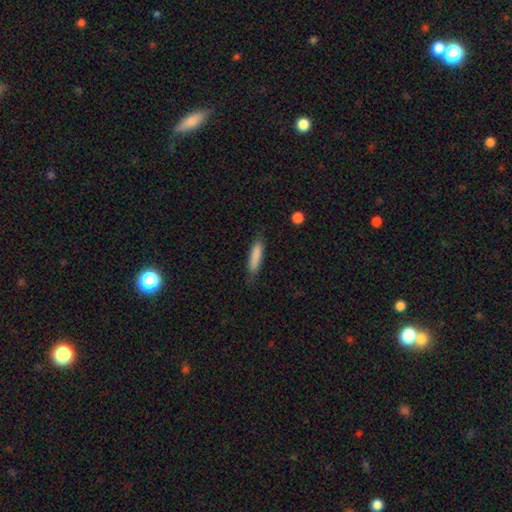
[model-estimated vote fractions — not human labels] Smooth or featured? Predicted: smooth (p=0.83). How rounded? Predicted: cigar-shaped (p=0.80). Merging? Predicted: none (p=0.79).